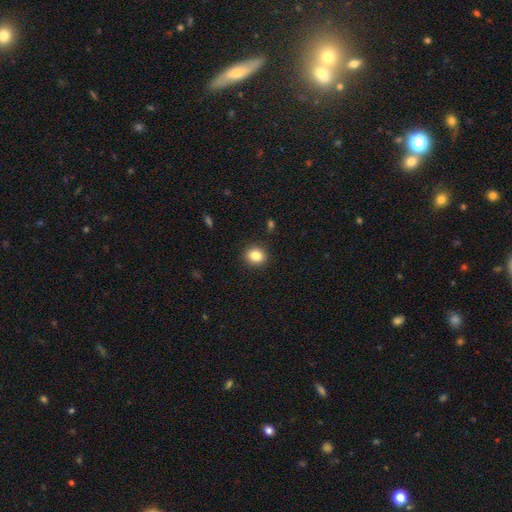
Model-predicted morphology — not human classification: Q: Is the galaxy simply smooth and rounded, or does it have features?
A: smooth — 85%.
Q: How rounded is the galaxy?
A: round — 71%.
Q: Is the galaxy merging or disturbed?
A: none — 90%.